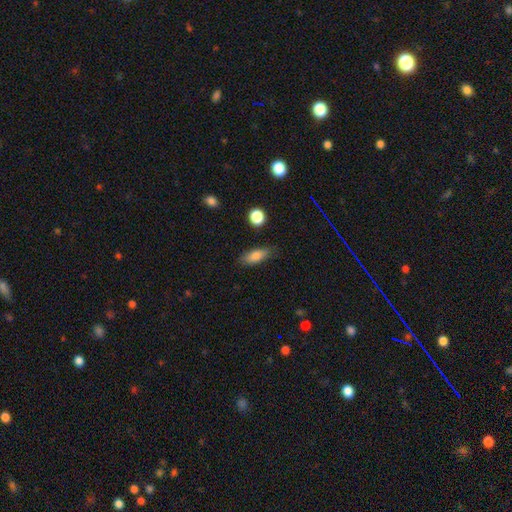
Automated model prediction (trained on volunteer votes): Smooth or featured?
  - smooth: 81% *
  - featured or disk: 11%
  - star or artifact: 8%
How rounded?
  - in between: 75% *
  - cigar-shaped: 21%
  - round: 4%
Merging?
  - none: 79% *
  - minor disturbance: 16%
  - major disturbance: 3%
  - merger: 2%